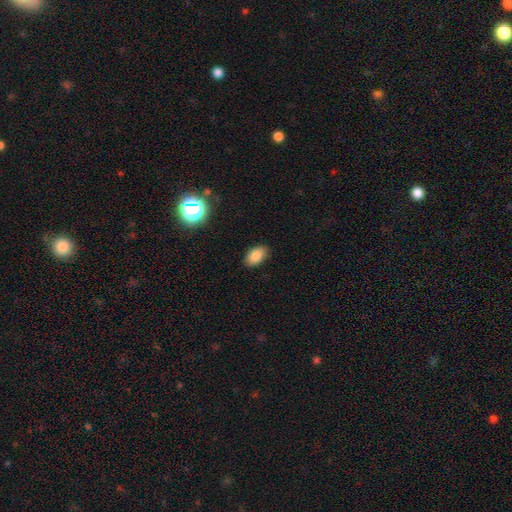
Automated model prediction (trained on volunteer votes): Q: Smooth or featured?
A: smooth (84%); runner-up: star or artifact (10%)
Q: How rounded?
A: in between (90%); runner-up: round (8%)
Q: Merging?
A: none (86%); runner-up: minor disturbance (11%)